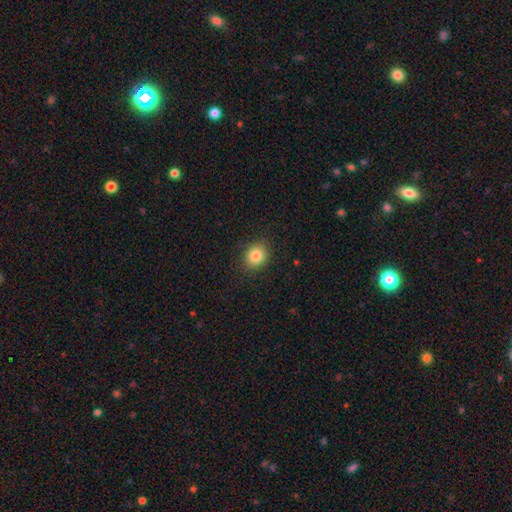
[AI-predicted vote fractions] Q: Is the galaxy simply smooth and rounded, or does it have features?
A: smooth — 84%.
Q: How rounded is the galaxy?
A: round — 66%.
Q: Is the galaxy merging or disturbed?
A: none — 88%.